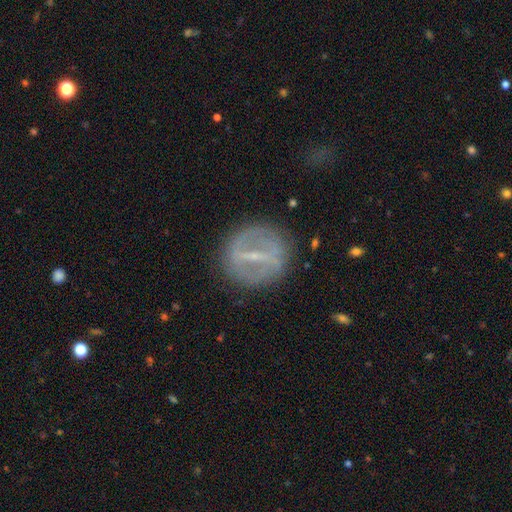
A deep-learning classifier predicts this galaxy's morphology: type=featured or disk (75%); edge-on=no (84%); bar=strong (76%); spiral arms=no (65%); bulge=small (70%); merging=none (83%).